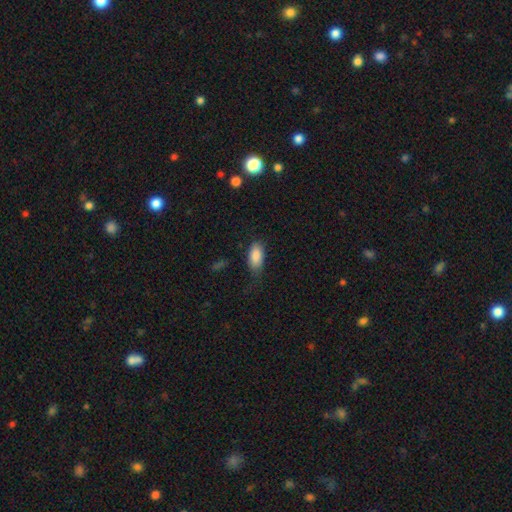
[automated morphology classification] smooth-or-featured: smooth: 87% | star or artifact: 7% | featured or disk: 6%
  how-rounded: in between: 92% | cigar-shaped: 5% | round: 3%
  merging: none: 64% | minor disturbance: 26% | major disturbance: 8% | merger: 2%